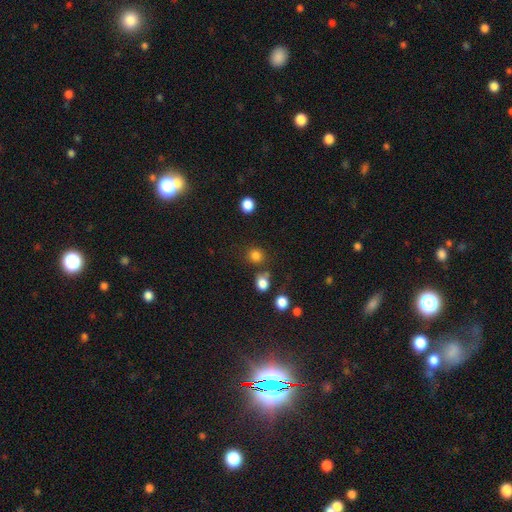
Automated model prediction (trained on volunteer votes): smooth 81%, star or artifact 14%, featured or disk 5%. Down the decision tree: how rounded — round (86%); merging — none (76%).